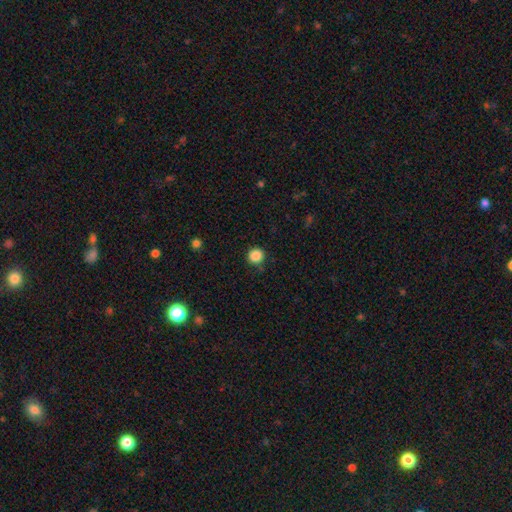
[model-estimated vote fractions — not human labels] The model was most divided on "smooth or featured": smooth: 86%, star or artifact: 11%, featured or disk: 3%. More confident: how rounded — round (93%); merging — none (87%).